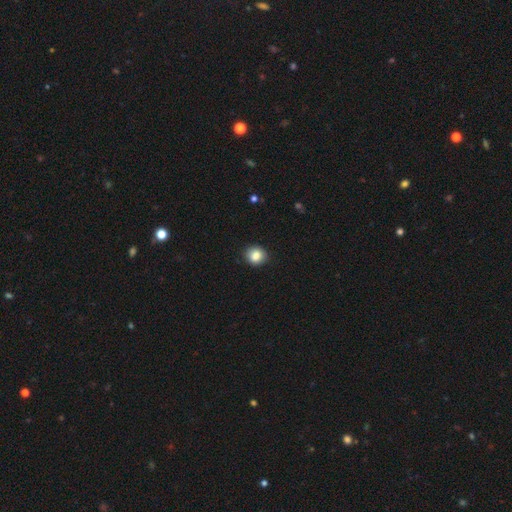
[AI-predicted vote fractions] Smooth or featured? Predicted: smooth (p=0.86). How rounded? Predicted: round (p=0.73). Merging? Predicted: none (p=0.88).